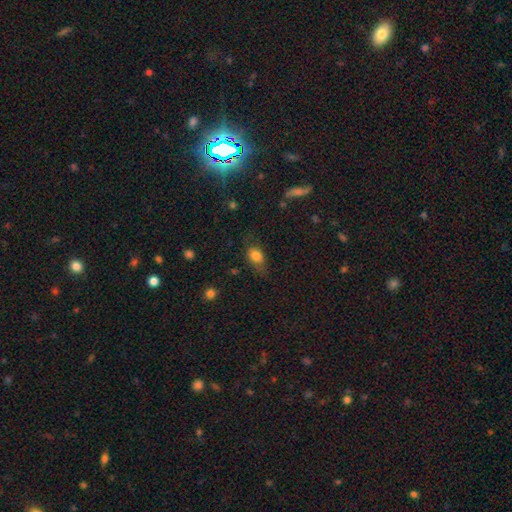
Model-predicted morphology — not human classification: Smooth or featured: smooth — 78% (featured or disk — 12%)
How rounded: in between — 78% (round — 18%)
Merging: none — 60% (minor disturbance — 26%)